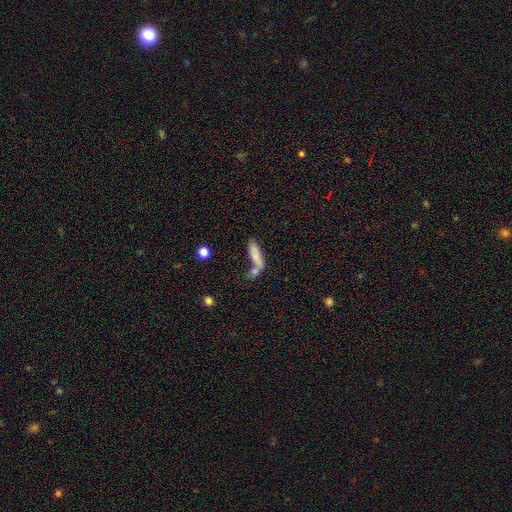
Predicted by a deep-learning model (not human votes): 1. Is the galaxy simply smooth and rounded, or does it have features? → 73% smooth, 18% featured or disk, 9% star or artifact.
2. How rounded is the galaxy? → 50% cigar-shaped, 47% in between, 3% round.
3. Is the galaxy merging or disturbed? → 47% merger, 31% none, 13% minor disturbance, 9% major disturbance.